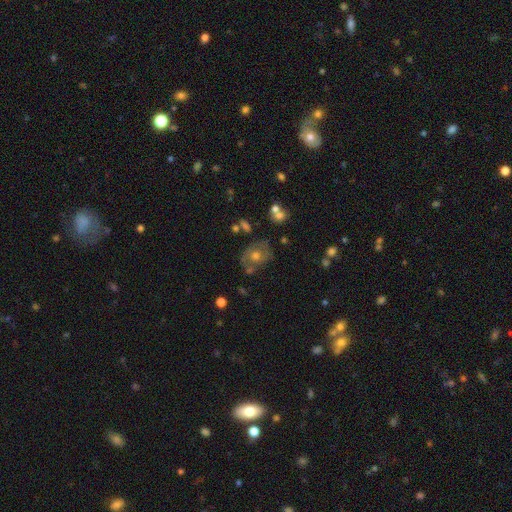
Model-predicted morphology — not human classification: Overall: featured or disk (49%; smooth 39%). Merging: none (62%).